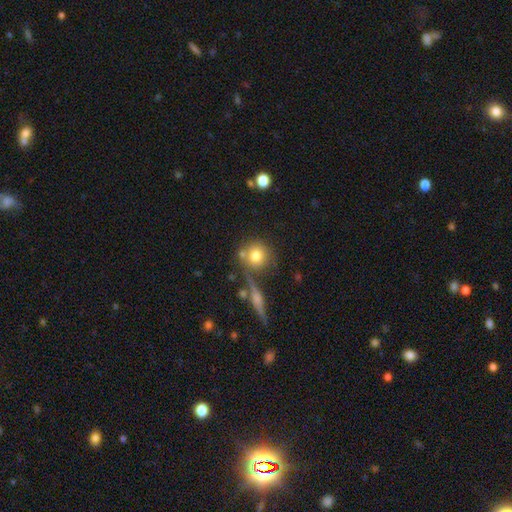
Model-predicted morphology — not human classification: Smooth or featured? smooth (75%)
How rounded? round (89%)
Merging? none (66%)